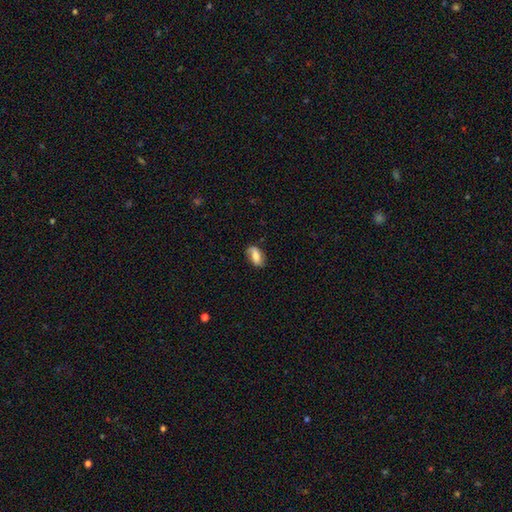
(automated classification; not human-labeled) Overall: smooth (63%; featured or disk 29%). How rounded: in between (89%). Merging: none (70%).